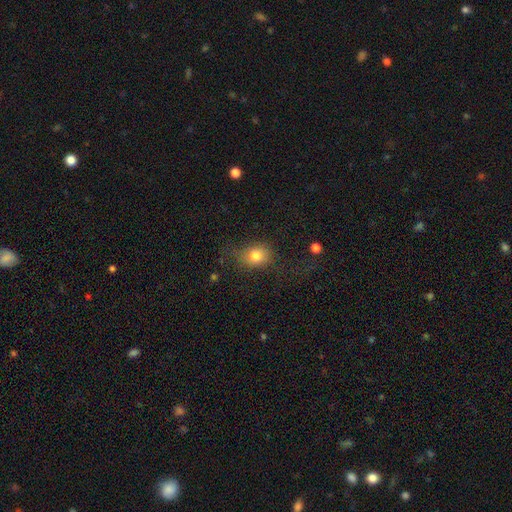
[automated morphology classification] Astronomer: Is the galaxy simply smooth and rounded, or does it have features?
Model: smooth — 79%.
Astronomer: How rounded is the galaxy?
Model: round — 55% (runner-up: in between, 44%).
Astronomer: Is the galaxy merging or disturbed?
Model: none — 65%.